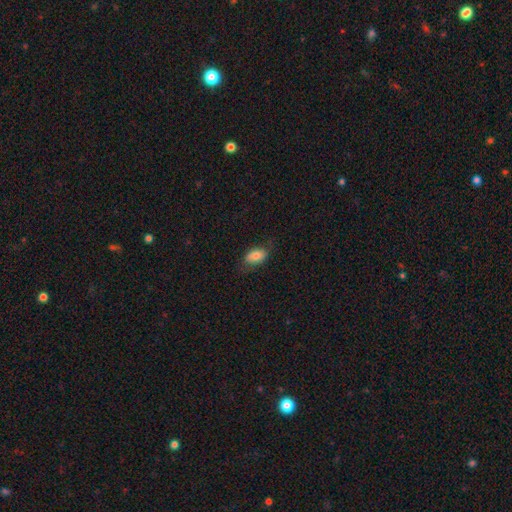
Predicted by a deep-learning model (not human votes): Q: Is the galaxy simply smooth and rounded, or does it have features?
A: smooth — 77%.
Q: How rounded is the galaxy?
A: in between — 90%.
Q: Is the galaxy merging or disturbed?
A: none — 69%.